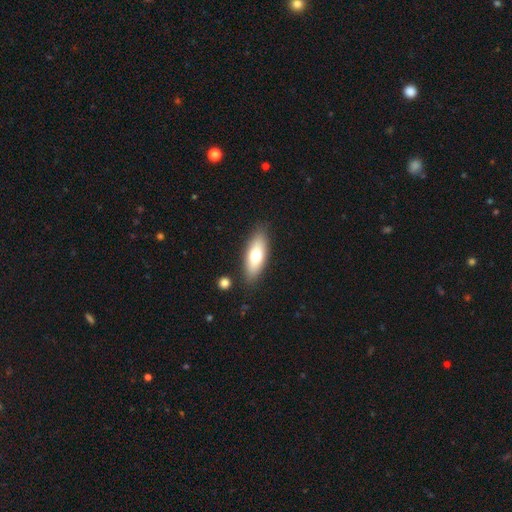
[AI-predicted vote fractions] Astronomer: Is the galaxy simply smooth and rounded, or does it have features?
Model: smooth — 68%.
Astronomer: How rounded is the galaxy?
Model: in between — 67%.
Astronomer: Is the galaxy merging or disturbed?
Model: none — 85%.